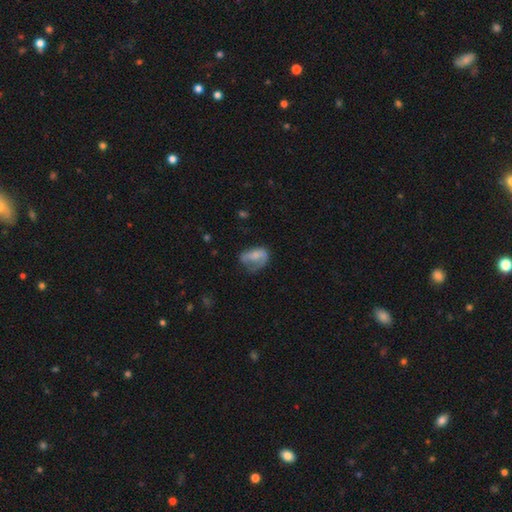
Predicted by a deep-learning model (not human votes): This is possibly a smooth galaxy (52%). How rounded: likely in between (72%). Merging: marginally major disturbance (35%).